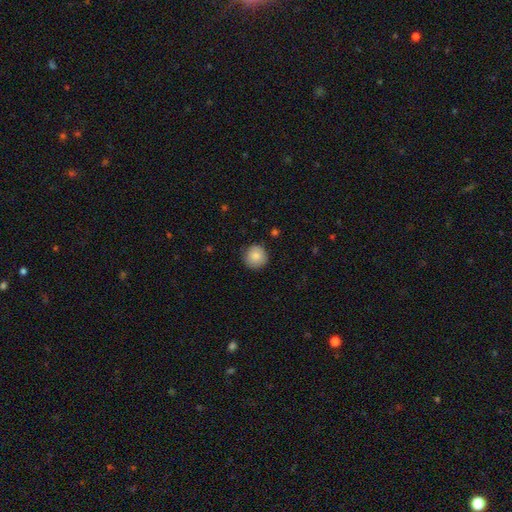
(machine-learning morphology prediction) Smooth or featured?
  - smooth: 85% *
  - star or artifact: 8%
  - featured or disk: 7%
How rounded?
  - round: 95% *
  - in between: 4%
  - cigar-shaped: 1%
Merging?
  - none: 87% *
  - minor disturbance: 10%
  - major disturbance: 2%
  - merger: 1%